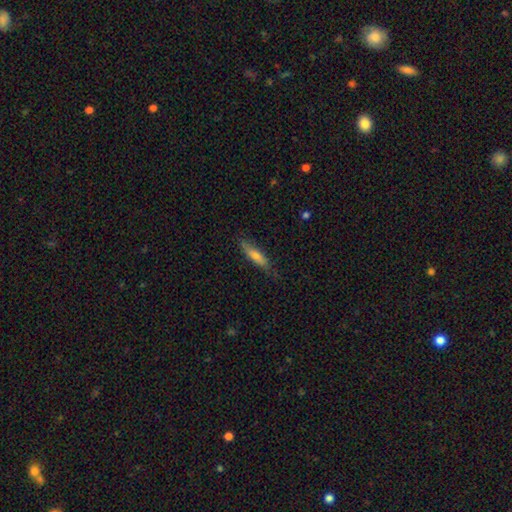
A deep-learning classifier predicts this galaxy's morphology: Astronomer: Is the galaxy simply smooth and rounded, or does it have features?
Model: smooth — 68%.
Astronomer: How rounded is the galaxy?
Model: cigar-shaped — 78%.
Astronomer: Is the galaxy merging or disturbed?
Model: none — 77%.